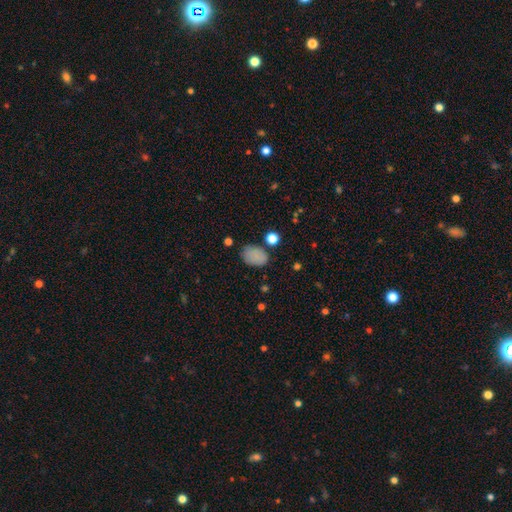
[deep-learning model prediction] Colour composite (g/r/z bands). It shows a smooth galaxy with no disk features (84%) that is in between round and cigar-shaped (83%). Merging: none (74%).